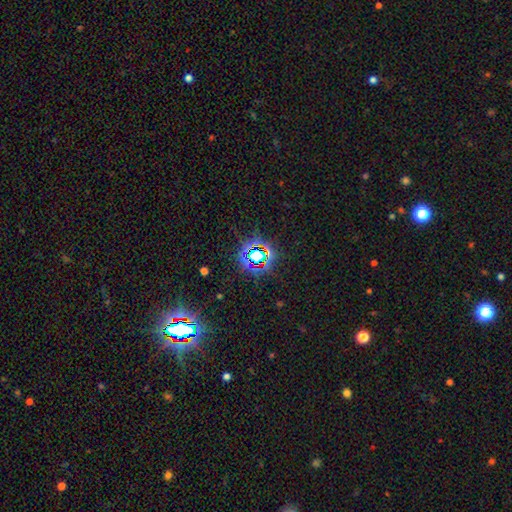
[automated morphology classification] Smooth or featured? star or artifact (76%)